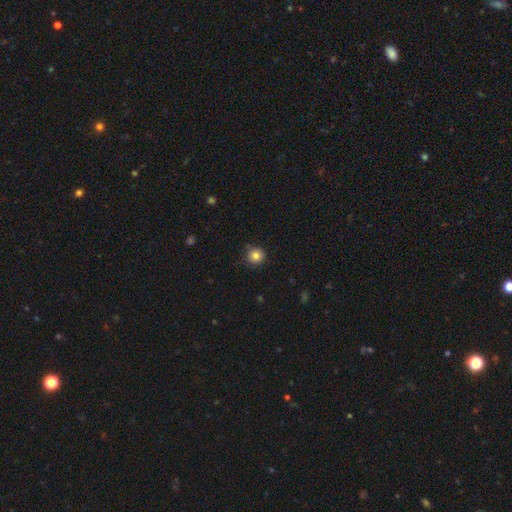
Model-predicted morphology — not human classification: Smooth or featured? smooth (83%)
How rounded? round (93%)
Merging? none (85%)